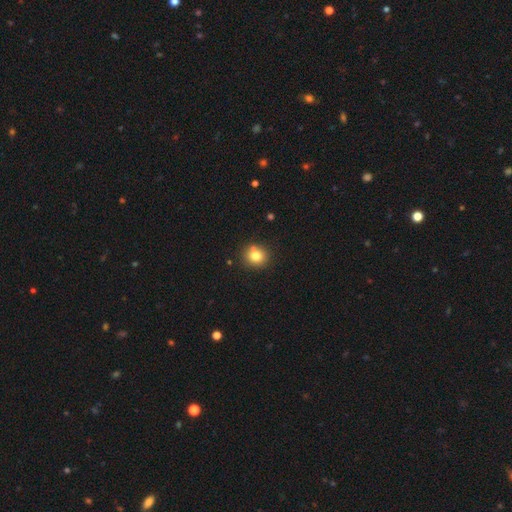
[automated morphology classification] smooth_or_featured: smooth (p=0.79) [alt: star or artifact p=0.12]
how_rounded: round (p=0.85) [alt: in between p=0.14]
merging: none (p=0.78) [alt: minor disturbance p=0.10]